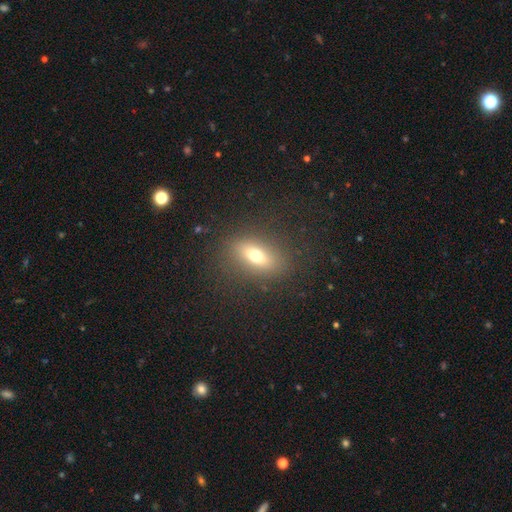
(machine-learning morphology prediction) smooth_or_featured: smooth (p=0.65) [alt: featured or disk p=0.22]
how_rounded: in between (p=0.73) [alt: round p=0.15]
merging: none (p=0.85) [alt: minor disturbance p=0.09]